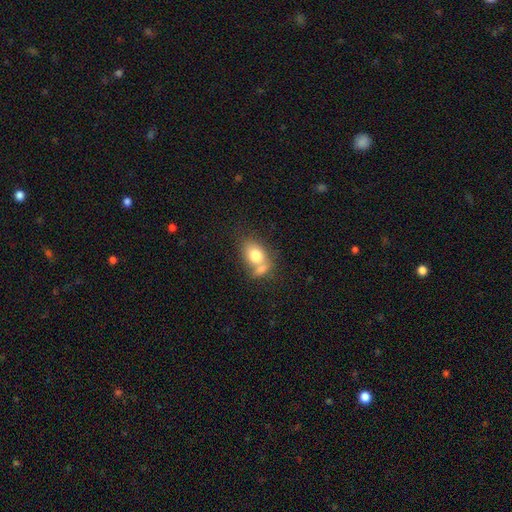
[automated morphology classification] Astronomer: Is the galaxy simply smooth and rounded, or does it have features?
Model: smooth — 75%.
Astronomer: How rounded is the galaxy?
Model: in between — 72%.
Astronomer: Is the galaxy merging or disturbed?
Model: merger — 49% (runner-up: none, 32%).